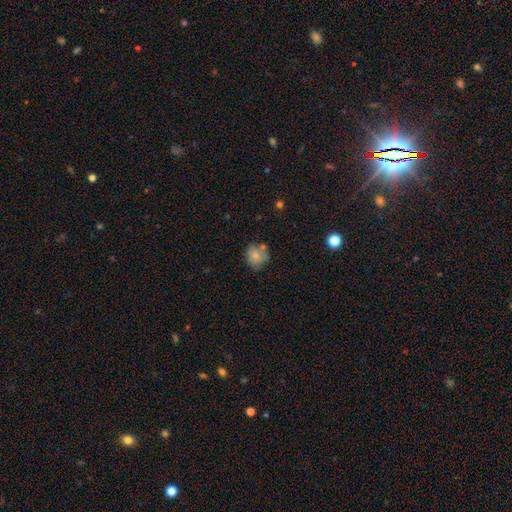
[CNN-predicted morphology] Smooth or featured? Predicted: smooth (p=0.75). How rounded? Predicted: round (p=0.72). Merging? Predicted: none (p=0.60).